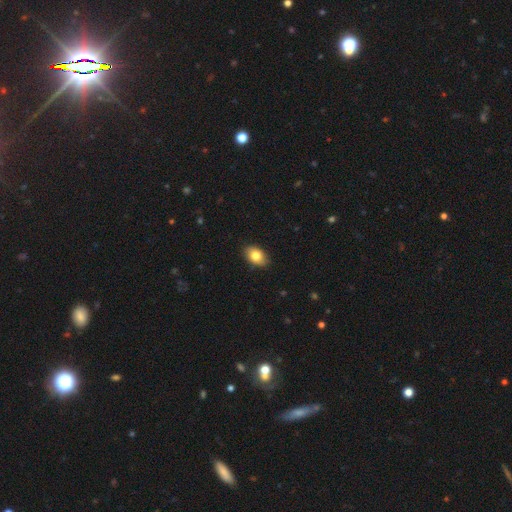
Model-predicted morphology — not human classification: A smooth galaxy with no disk features (81%) that is in between round and cigar-shaped (88%). Merging: none (87%).